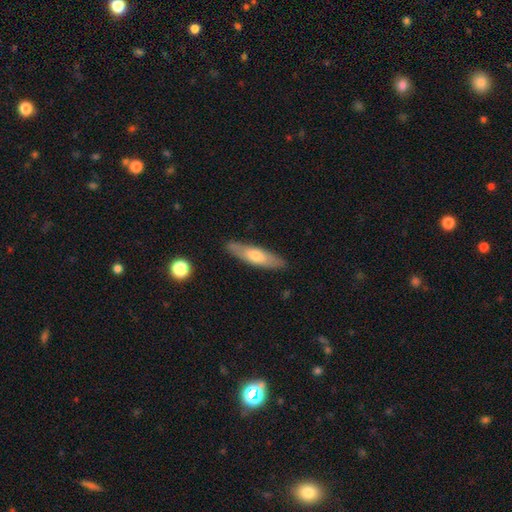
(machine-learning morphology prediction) A smooth galaxy with no disk features (57%) that is cigar-shaped (68%). Merging: none (87%).